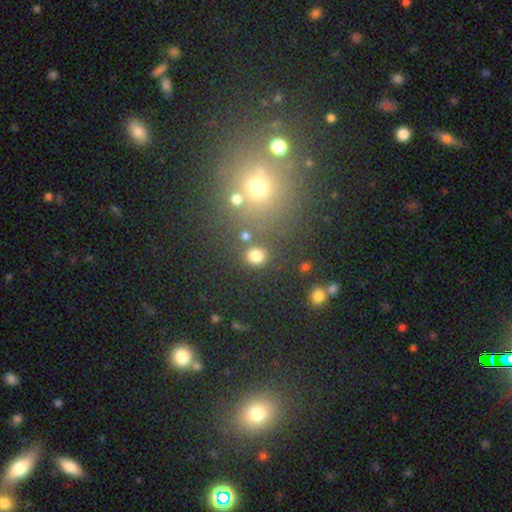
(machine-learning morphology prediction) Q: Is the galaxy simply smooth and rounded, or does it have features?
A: smooth — 79%.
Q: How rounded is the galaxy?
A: round — 80%.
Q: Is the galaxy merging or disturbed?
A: none — 81%.